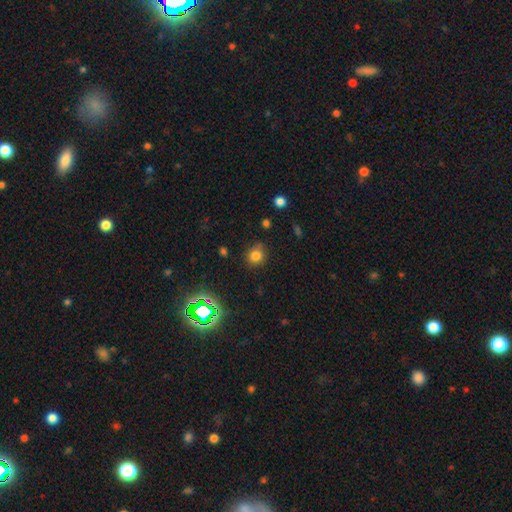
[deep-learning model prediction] smooth-or-featured: smooth: 77% | star or artifact: 17% | featured or disk: 6%
  how-rounded: round: 83% | in between: 16% | cigar-shaped: 1%
  merging: none: 77% | minor disturbance: 16% | major disturbance: 4% | merger: 3%